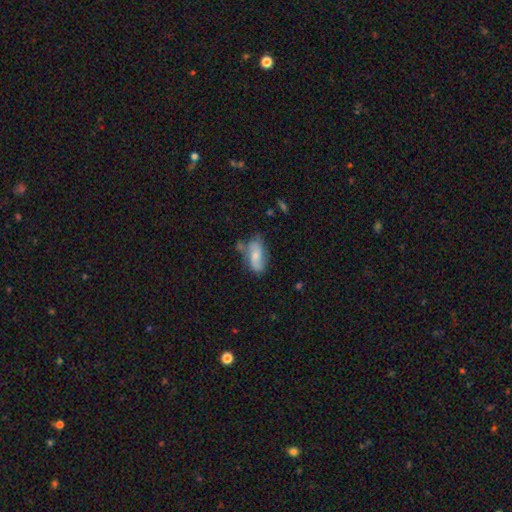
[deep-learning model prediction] Smooth or featured? smooth (55%)
How rounded? in between (88%)
Merging? none (49%)